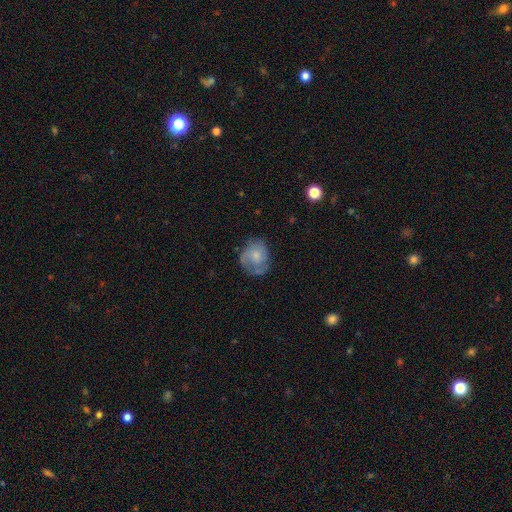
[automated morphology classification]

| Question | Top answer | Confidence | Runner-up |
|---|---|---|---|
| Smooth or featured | smooth | 53% | featured or disk (39%) |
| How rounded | round | 64% | in between (35%) |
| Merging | none | 54% | minor disturbance (27%) |